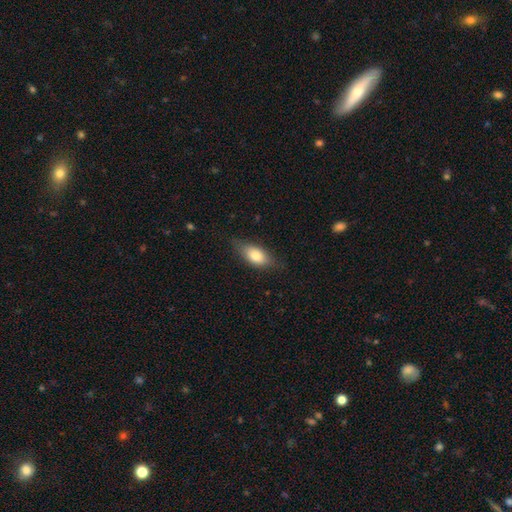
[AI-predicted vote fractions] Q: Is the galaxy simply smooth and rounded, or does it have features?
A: smooth — 76%.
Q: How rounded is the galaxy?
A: in between — 84%.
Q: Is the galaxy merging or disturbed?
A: none — 75%.